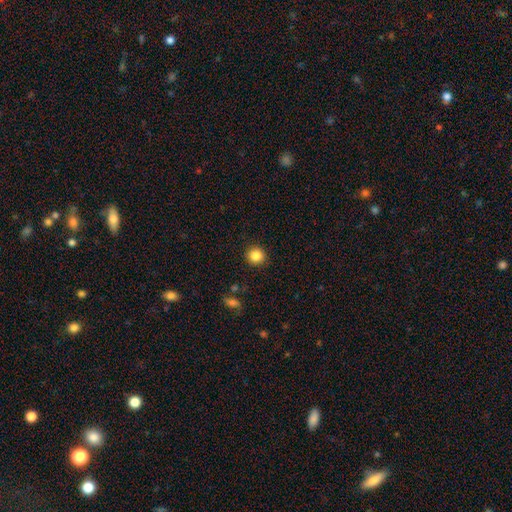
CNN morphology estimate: This is clearly a smooth galaxy (85%). How rounded: clearly round (91%). Merging: clearly none (91%).